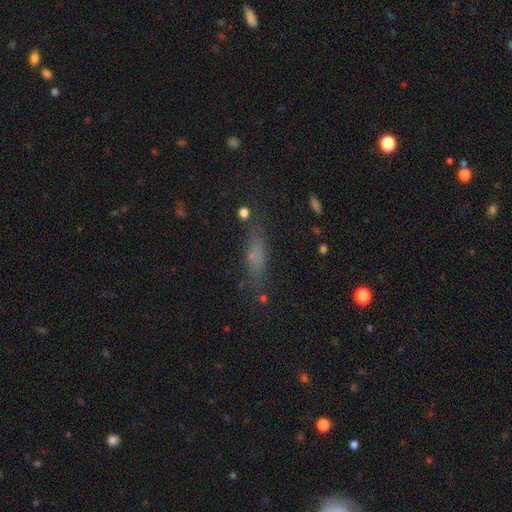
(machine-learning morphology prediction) Smooth or featured?
  - smooth: 59% *
  - featured or disk: 23%
  - star or artifact: 18%
How rounded?
  - cigar-shaped: 65% *
  - in between: 31%
  - round: 4%
Merging?
  - none: 74% *
  - minor disturbance: 16%
  - major disturbance: 6%
  - merger: 3%